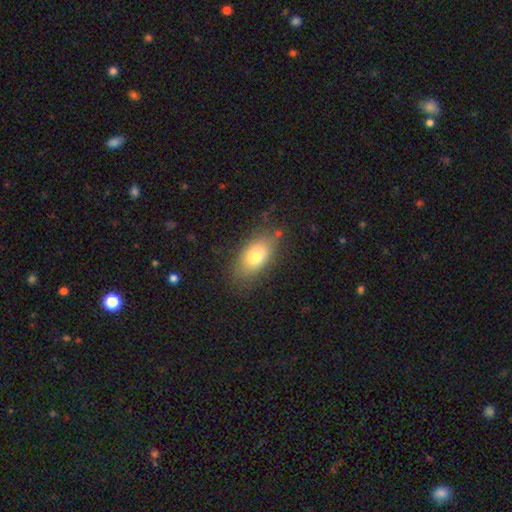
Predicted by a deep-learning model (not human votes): Q: Smooth or featured?
A: smooth (76%); runner-up: featured or disk (16%)
Q: How rounded?
A: in between (88%); runner-up: round (8%)
Q: Merging?
A: none (77%); runner-up: minor disturbance (15%)